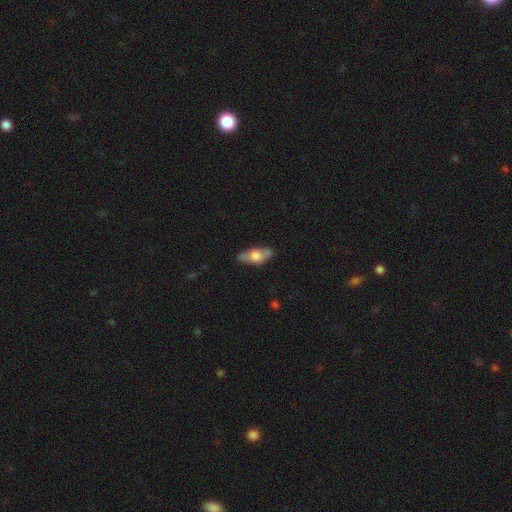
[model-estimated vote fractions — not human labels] Q: Smooth or featured?
A: smooth (54%); runner-up: featured or disk (40%)
Q: How rounded?
A: in between (71%); runner-up: cigar-shaped (25%)
Q: Merging?
A: none (79%); runner-up: minor disturbance (16%)